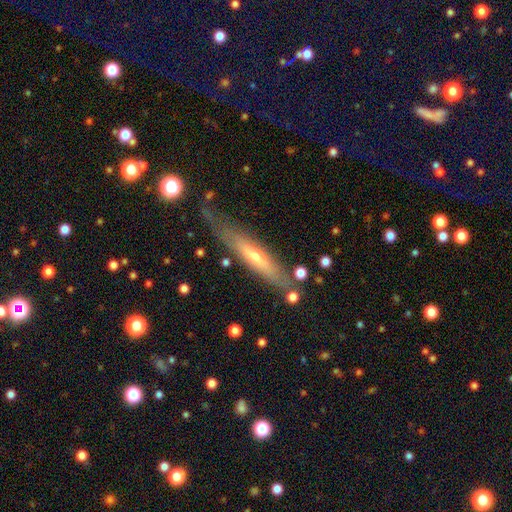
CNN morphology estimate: Q: Smooth or featured?
A: featured or disk (57%); runner-up: smooth (37%)
Q: Edge-on disk?
A: yes (72%); runner-up: no (28%)
Q: Merging?
A: none (65%); runner-up: minor disturbance (22%)